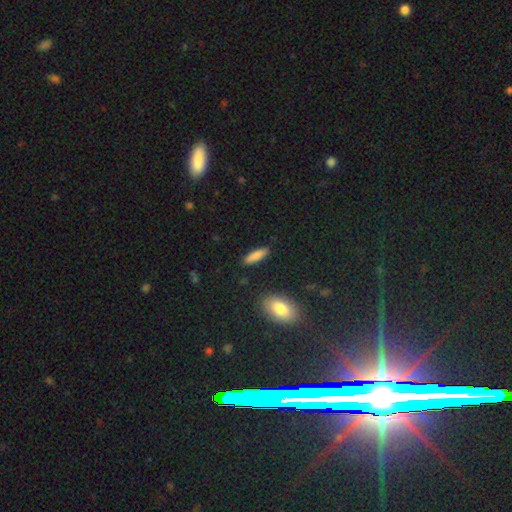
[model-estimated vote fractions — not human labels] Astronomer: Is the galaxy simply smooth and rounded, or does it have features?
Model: smooth — 84%.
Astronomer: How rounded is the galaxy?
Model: cigar-shaped — 63%.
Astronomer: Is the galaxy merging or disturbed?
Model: none — 88%.